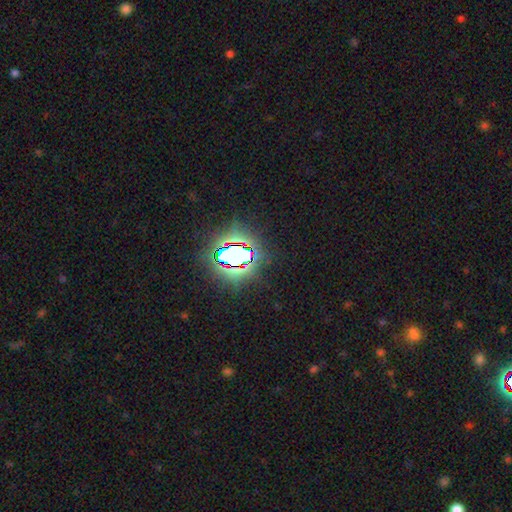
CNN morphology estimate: Smooth or featured?
  - star or artifact: 81% *
  - smooth: 12%
  - featured or disk: 7%